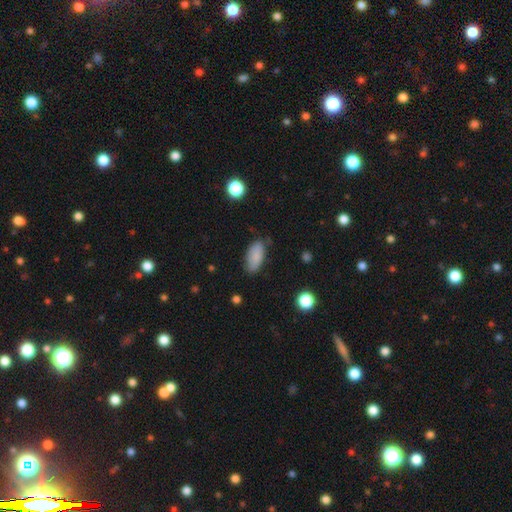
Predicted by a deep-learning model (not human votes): Smooth or featured? Predicted: smooth (p=0.85). How rounded? Predicted: in between (p=0.89). Merging? Predicted: none (p=0.77).